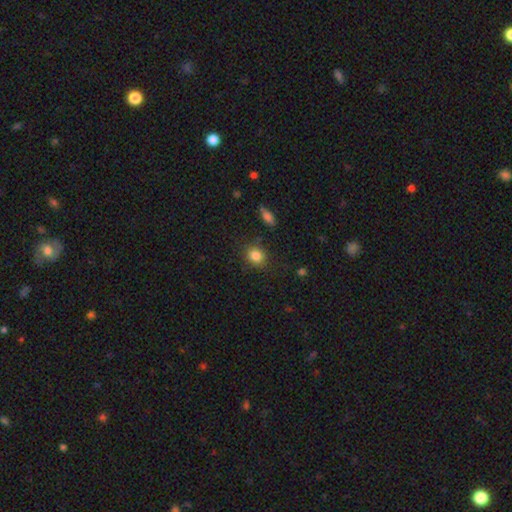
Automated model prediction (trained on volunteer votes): Smooth or featured? smooth (84%)
How rounded? round (68%)
Merging? none (83%)